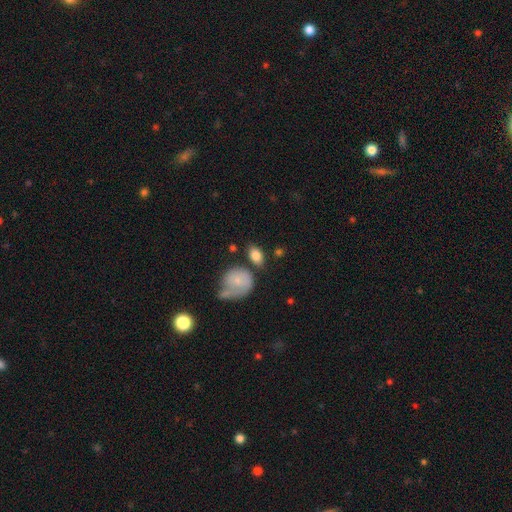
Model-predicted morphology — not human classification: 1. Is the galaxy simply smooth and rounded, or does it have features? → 81% smooth, 12% featured or disk, 7% star or artifact.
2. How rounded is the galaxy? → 79% in between, 18% round, 3% cigar-shaped.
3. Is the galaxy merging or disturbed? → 66% none, 16% minor disturbance, 12% merger, 6% major disturbance.